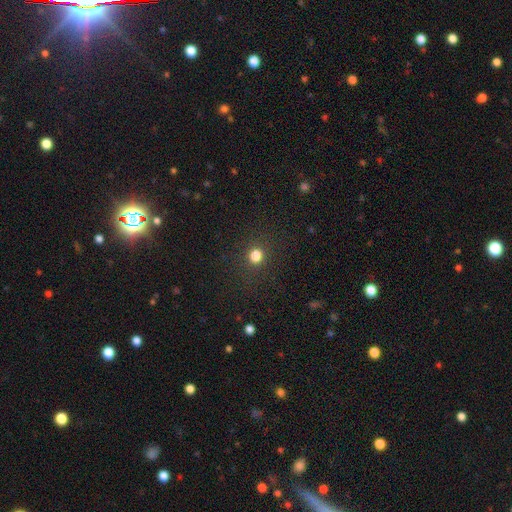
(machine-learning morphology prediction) A smooth galaxy with no disk features (81%) that is round (81%).

Vote fractions:
- Smooth or featured? smooth: 81% / star or artifact: 14% / featured or disk: 5%
- How rounded? round: 81% / in between: 18% / cigar-shaped: 1%
- Merging? none: 88% / minor disturbance: 7% / major disturbance: 4% / merger: 1%